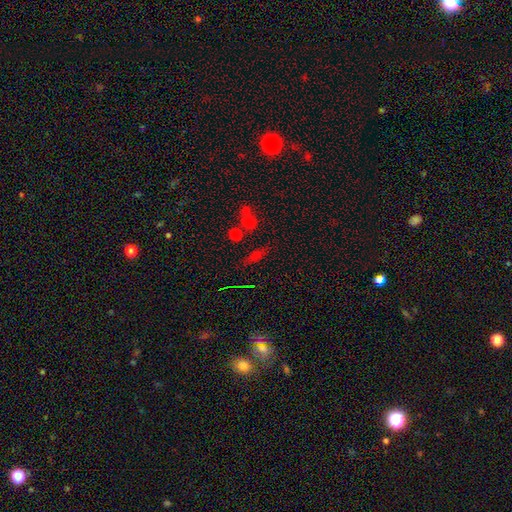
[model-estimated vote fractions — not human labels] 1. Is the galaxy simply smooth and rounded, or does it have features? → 51% smooth, 35% star or artifact, 14% featured or disk.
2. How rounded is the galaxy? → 46% in between, 35% cigar-shaped, 19% round.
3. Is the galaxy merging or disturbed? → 67% none, 15% merger, 12% minor disturbance, 6% major disturbance.